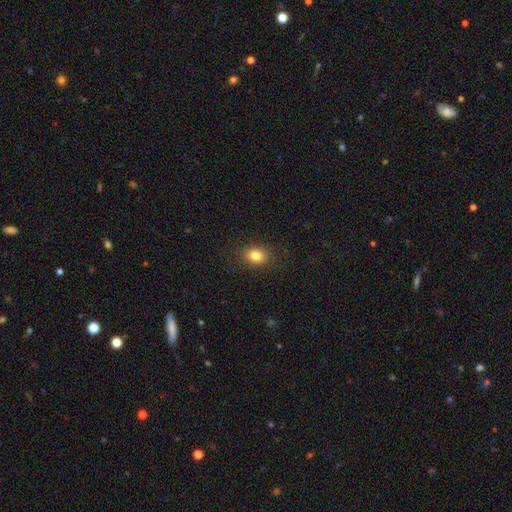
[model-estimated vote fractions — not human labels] smooth 82%, star or artifact 11%, featured or disk 7%. Down the decision tree: how rounded — in between (52%); merging — none (86%).